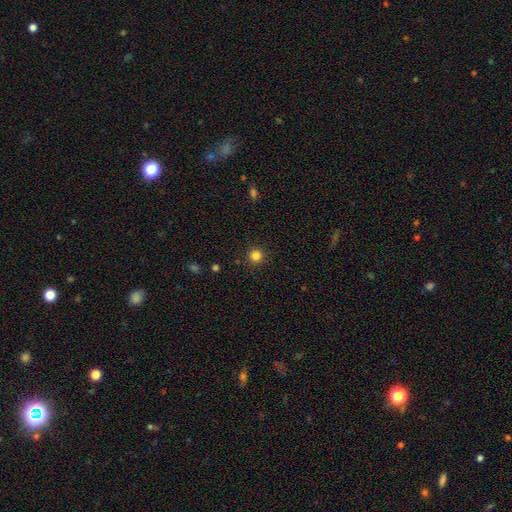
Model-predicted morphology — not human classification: Smooth or featured?
  - smooth: 83% *
  - star or artifact: 13%
  - featured or disk: 4%
How rounded?
  - round: 95% *
  - in between: 4%
  - cigar-shaped: 1%
Merging?
  - none: 91% *
  - minor disturbance: 6%
  - major disturbance: 2%
  - merger: 1%